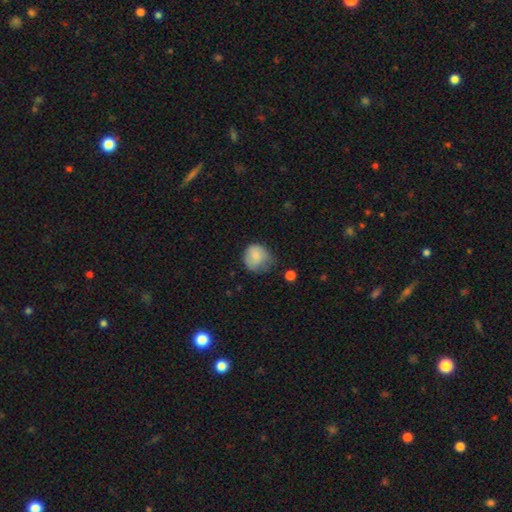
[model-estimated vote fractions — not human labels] This appears to be a smooth galaxy with no disk features (81%) that is round (81%). Merging: none (45%).